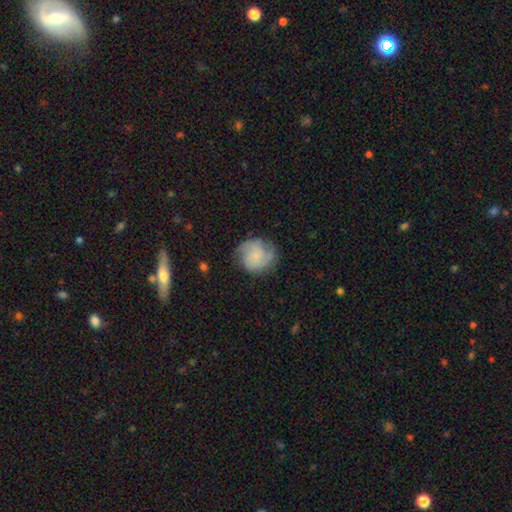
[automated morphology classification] This is likely a featured or disk galaxy (63%). It is clearly not viewed edge-on (98%). Bar: likely no (72%). Spiral arm pattern: clearly yes (93%). Spiral arm count: possibly 2 (58%). Spiral winding: marginally medium (42%, tied with tight). Central bulge: possibly small (59%). Merging: likely none (72%).